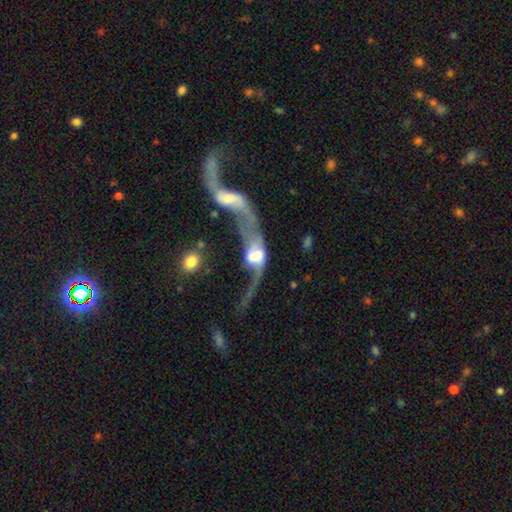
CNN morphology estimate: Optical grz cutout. It shows a featured or disk galaxy (67%) with no bar (46%), spiral arms (66%) and a large central bulge (41%). Merging: merger (64%).